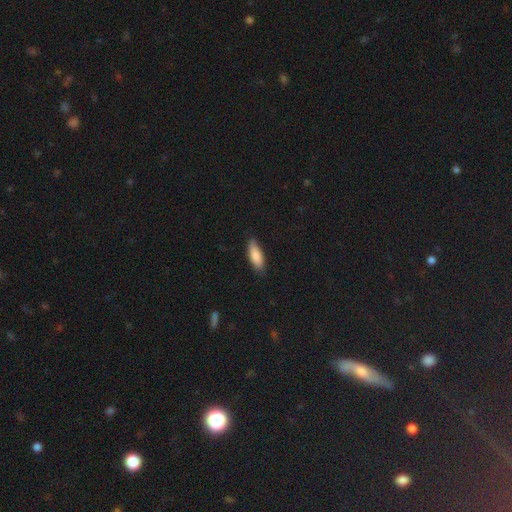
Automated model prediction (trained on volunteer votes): This appears to be a smooth galaxy with no disk features (86%) that is in between round and cigar-shaped (68%). Merging: none (80%).